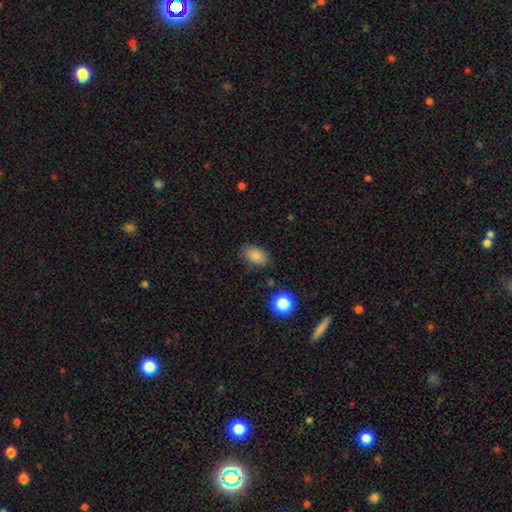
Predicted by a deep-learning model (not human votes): A smooth galaxy with no disk features (85%) that is in between round and cigar-shaped (84%). Merging: none (81%).